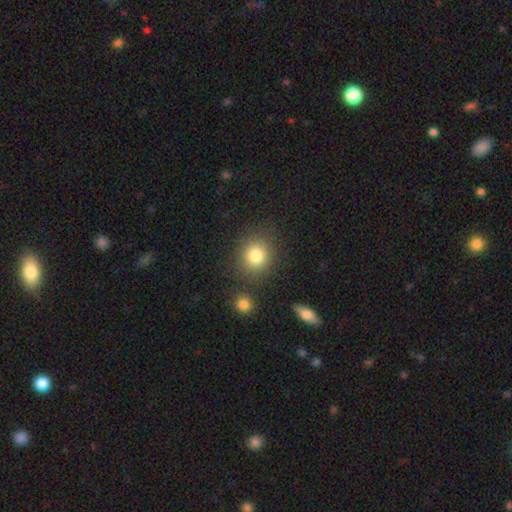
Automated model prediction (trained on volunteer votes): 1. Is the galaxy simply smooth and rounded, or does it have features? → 83% smooth, 11% star or artifact, 7% featured or disk.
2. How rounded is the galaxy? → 83% round, 16% in between, 1% cigar-shaped.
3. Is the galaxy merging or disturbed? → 82% none, 9% minor disturbance, 6% merger, 4% major disturbance.